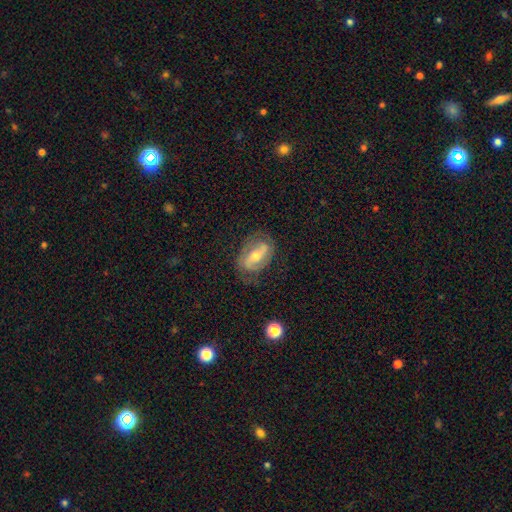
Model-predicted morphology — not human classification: Smooth or featured? featured or disk (70%)
Edge-on disk? no (94%)
Bar? strong (45%)
Spiral arms? yes (80%)
Spiral winding? medium (43%)
Spiral arm count? 2 (82%)
Bulge size? moderate (59%)
Merging? none (72%)